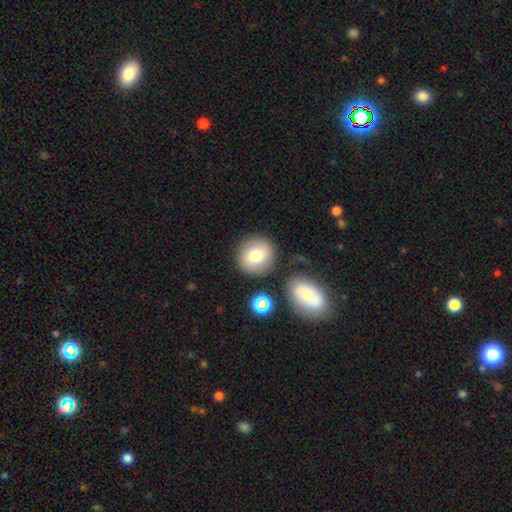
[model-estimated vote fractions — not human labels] Smooth or featured? smooth (77%)
How rounded? round (90%)
Merging? none (81%)